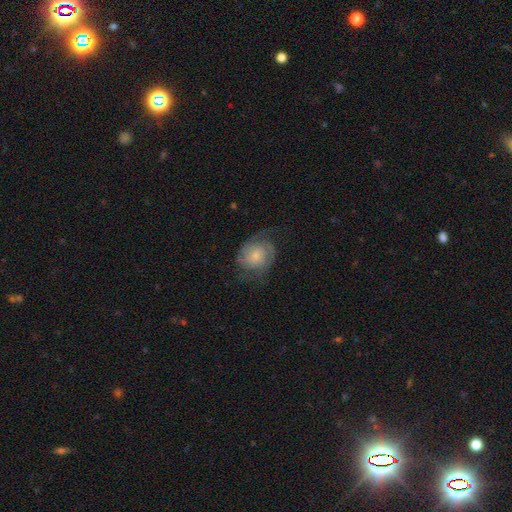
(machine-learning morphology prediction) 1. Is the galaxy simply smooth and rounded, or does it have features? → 66% featured or disk, 27% smooth, 7% star or artifact.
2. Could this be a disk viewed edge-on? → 97% no, 3% yes.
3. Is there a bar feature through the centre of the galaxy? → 74% no, 22% weak, 4% strong.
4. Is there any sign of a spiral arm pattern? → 91% yes, 9% no.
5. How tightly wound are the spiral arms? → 43% medium, 33% tight, 25% loose.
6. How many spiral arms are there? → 71% 2, 14% can't tell, 7% 3, 4% 1, 2% 4, 2% more than 4.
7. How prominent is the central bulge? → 57% small, 26% moderate, 9% none, 6% large, 2% dominant.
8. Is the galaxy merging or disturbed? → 60% none, 22% minor disturbance, 17% major disturbance, 1% merger.